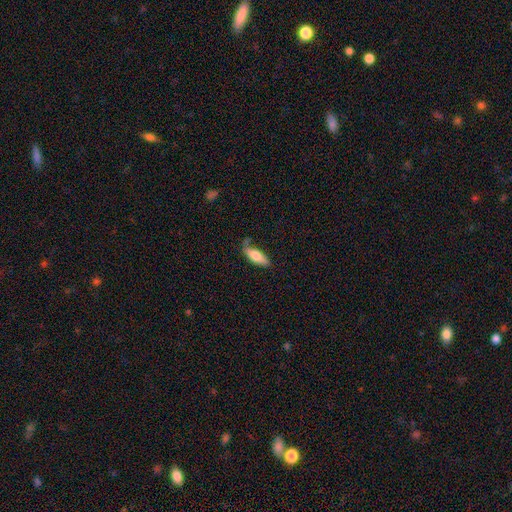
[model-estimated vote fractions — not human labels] smooth-or-featured: smooth: 72% | featured or disk: 21% | star or artifact: 6%
  how-rounded: in between: 65% | cigar-shaped: 33% | round: 2%
  merging: none: 63% | minor disturbance: 25% | major disturbance: 6% | merger: 6%